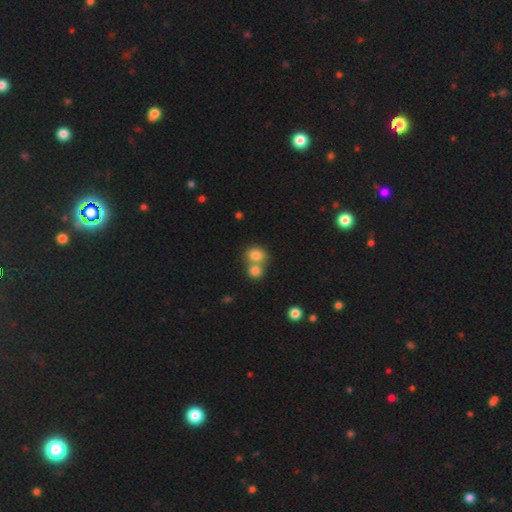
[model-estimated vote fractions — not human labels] This is likely a smooth galaxy (80%). How rounded: likely round (63%). Merging: possibly merger (52%).